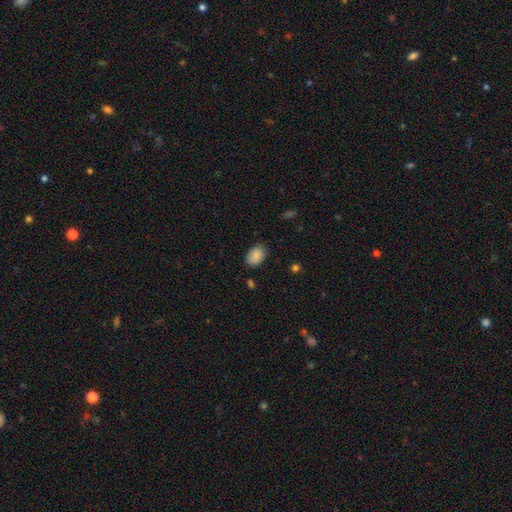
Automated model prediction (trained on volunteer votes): Smooth or featured?
  - smooth: 88% *
  - star or artifact: 7%
  - featured or disk: 5%
How rounded?
  - in between: 83% *
  - round: 16%
  - cigar-shaped: 1%
Merging?
  - none: 82% *
  - minor disturbance: 14%
  - major disturbance: 3%
  - merger: 1%